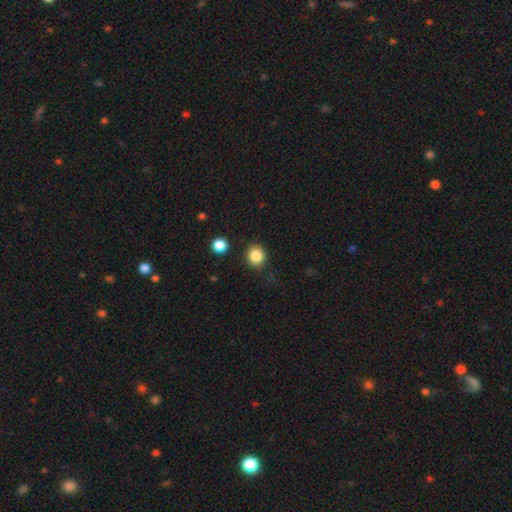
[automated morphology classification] Smooth or featured: smooth — 85% (star or artifact — 10%)
How rounded: round — 84% (in between — 15%)
Merging: none — 84% (minor disturbance — 10%)